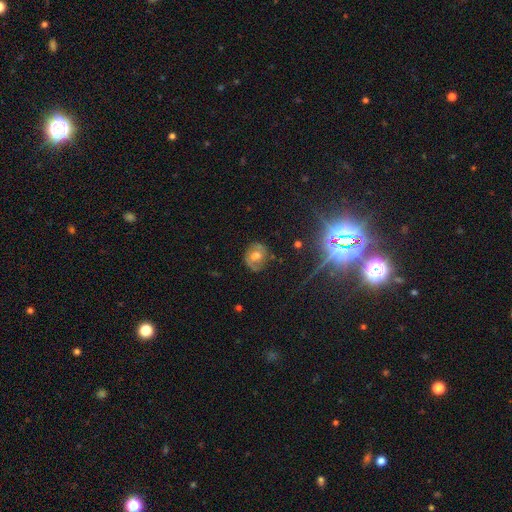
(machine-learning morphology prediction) smooth_or_featured: featured or disk (p=0.54) [alt: smooth p=0.34]
disk_edge_on: no (p=0.95) [alt: yes p=0.05]
bar: no (p=0.60) [alt: weak p=0.31]
has_spiral_arms: yes (p=0.66) [alt: no p=0.34]
bulge_size: moderate (p=0.64) [alt: small p=0.17]
merging: none (p=0.71) [alt: minor disturbance p=0.20]